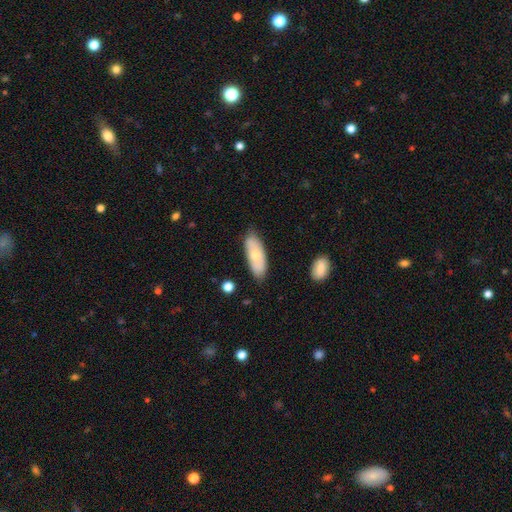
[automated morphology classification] This appears to be a smooth galaxy with no disk features (64%) that is in between round and cigar-shaped (75%). Merging: none (78%).